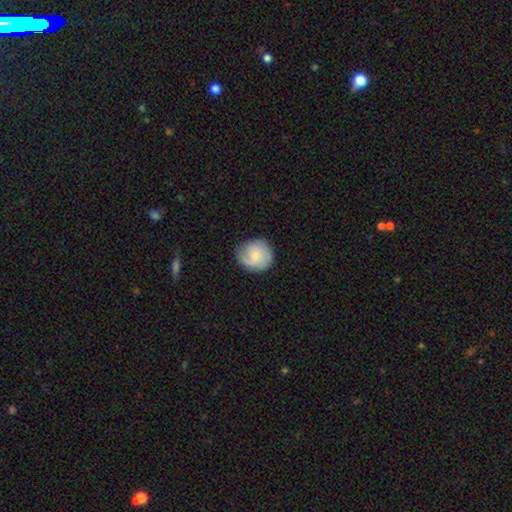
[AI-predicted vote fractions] Smooth or featured? smooth (49%)
Merging? none (81%)